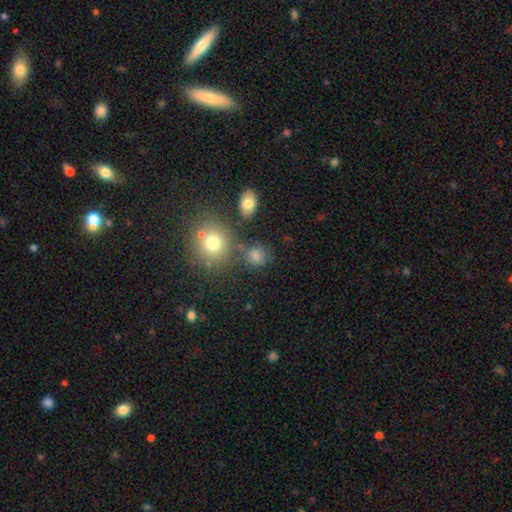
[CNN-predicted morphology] Smooth or featured?
  - smooth: 77% *
  - star or artifact: 15%
  - featured or disk: 8%
How rounded?
  - round: 76% *
  - in between: 23%
  - cigar-shaped: 1%
Merging?
  - none: 69% *
  - minor disturbance: 14%
  - merger: 11%
  - major disturbance: 6%